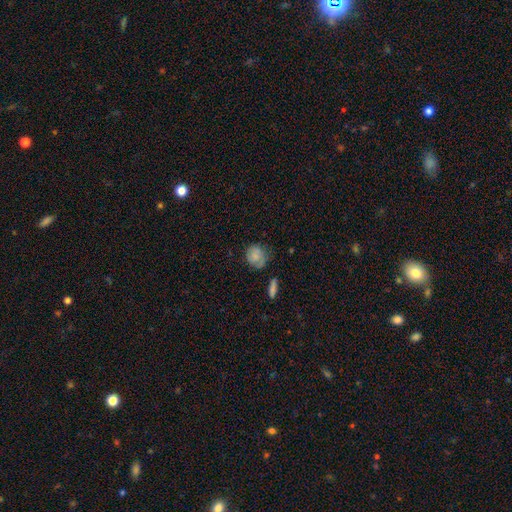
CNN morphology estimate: Smooth or featured?
  - smooth: 71% *
  - featured or disk: 21%
  - star or artifact: 8%
How rounded?
  - round: 71% *
  - in between: 27%
  - cigar-shaped: 1%
Merging?
  - none: 63% *
  - minor disturbance: 26%
  - major disturbance: 8%
  - merger: 3%